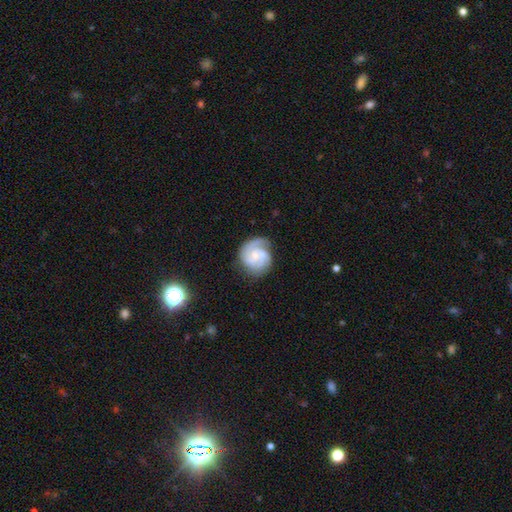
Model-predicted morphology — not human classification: Overall: featured or disk (85%). Edge-on disk: no (98%). Bar: no (61%; weak 33%). Spiral arms: yes (97%). Spiral arm count: 2 (49%; 3 31%). Spiral winding: tight (55%; medium 37%). Bulge size: small (60%; moderate 33%). Merging: none (71%).